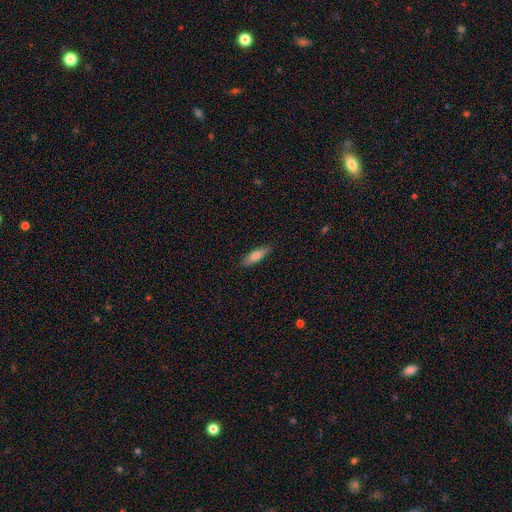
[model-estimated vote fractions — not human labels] A smooth galaxy with no disk features (71%) that is cigar-shaped (59%).

Vote fractions:
- Smooth or featured? smooth: 71% / featured or disk: 23% / star or artifact: 6%
- How rounded? cigar-shaped: 59% / in between: 39% / round: 2%
- Merging? none: 88% / minor disturbance: 9% / major disturbance: 2% / merger: 1%